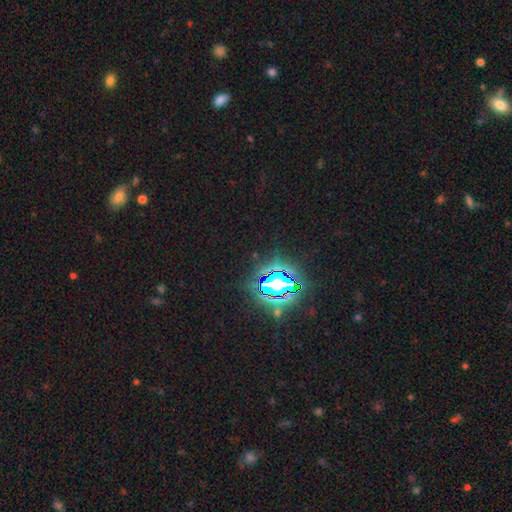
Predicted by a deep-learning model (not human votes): Smooth or featured: star or artifact — 85% (smooth — 9%)